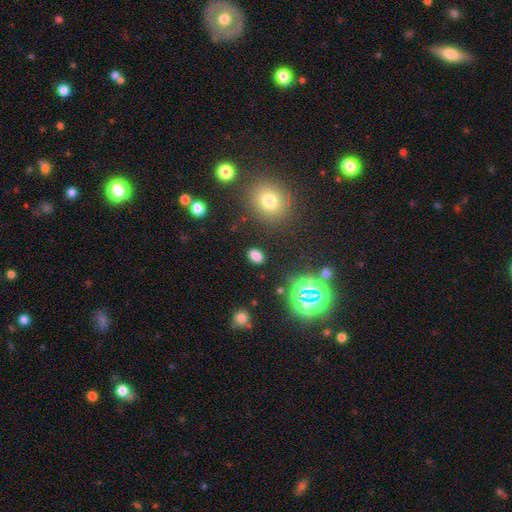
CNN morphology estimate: Smooth or featured: smooth — 72% (star or artifact — 22%)
How rounded: in between — 81% (round — 17%)
Merging: none — 85% (minor disturbance — 9%)